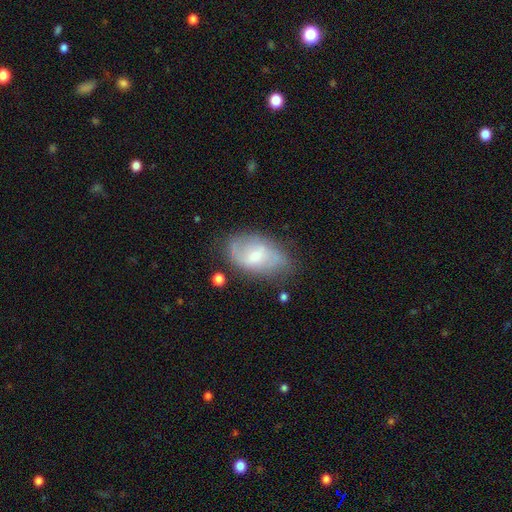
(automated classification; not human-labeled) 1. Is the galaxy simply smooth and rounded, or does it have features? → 49% featured or disk, 43% smooth, 7% star or artifact.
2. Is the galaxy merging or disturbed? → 60% none, 27% minor disturbance, 10% major disturbance, 3% merger.